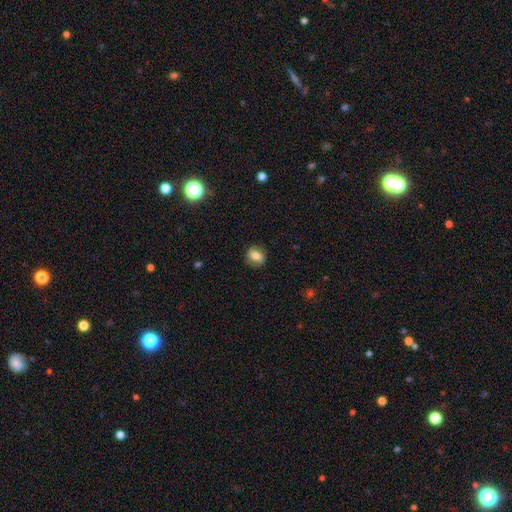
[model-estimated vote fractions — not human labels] The model was most divided on "how rounded": round: 53%, in between: 45%, cigar-shaped: 2%. More confident: merging — none (83%); smooth or featured — smooth (63%).